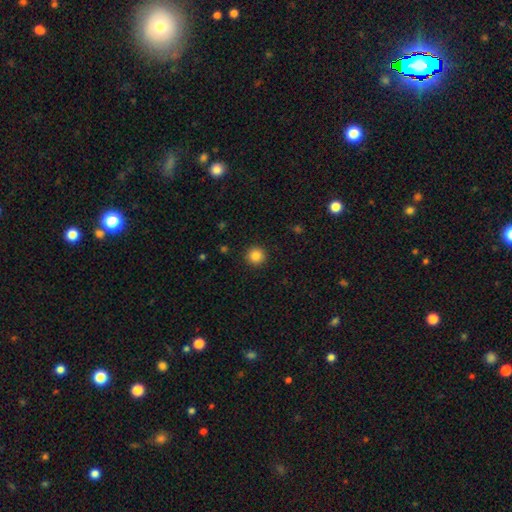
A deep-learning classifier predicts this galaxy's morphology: The model was most divided on "smooth or featured": smooth: 86%, star or artifact: 10%, featured or disk: 4%. More confident: how rounded — round (95%); merging — none (93%).